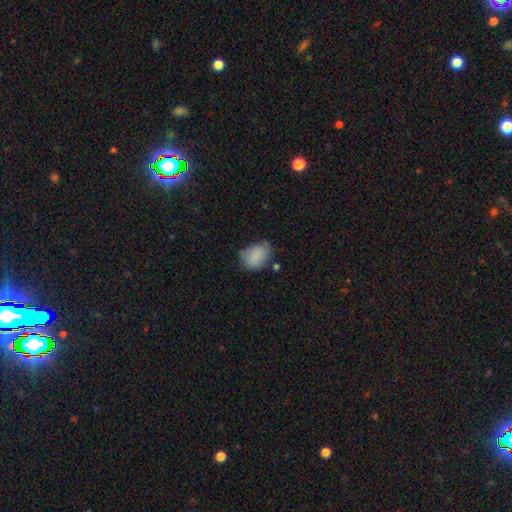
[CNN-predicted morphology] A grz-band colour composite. It shows a smooth galaxy with no disk features (84%) that is in between round and cigar-shaped (67%). Merging: none (58%).